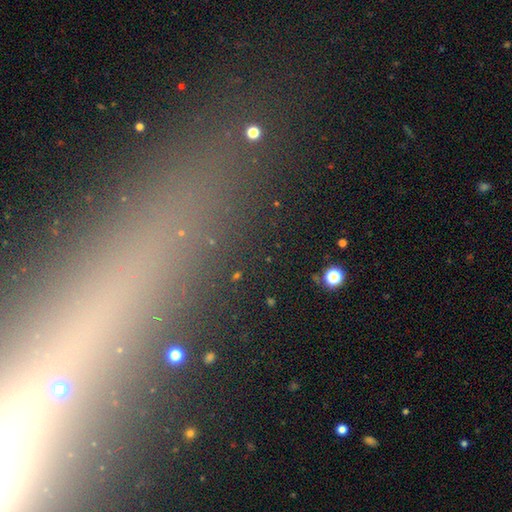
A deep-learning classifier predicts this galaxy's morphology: star or artifact 48%, smooth 29%, featured or disk 23%.